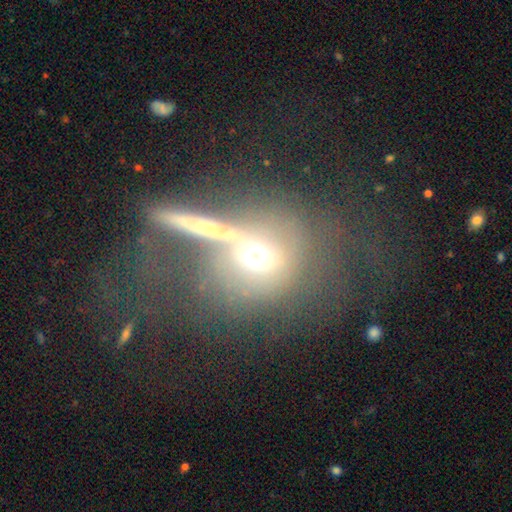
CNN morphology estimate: Smooth or featured: smooth — 43% (featured or disk — 42%)
Merging: merger — 35% (none — 31%)